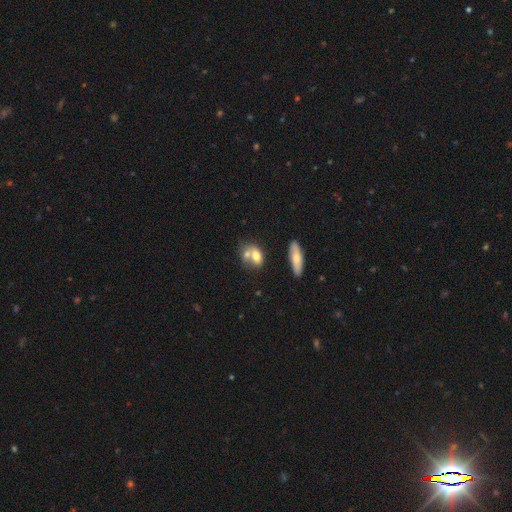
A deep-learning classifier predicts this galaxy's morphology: smooth 68%, featured or disk 23%, star or artifact 9%. Down the decision tree: how rounded — in between (66%); merging — merger (54%).